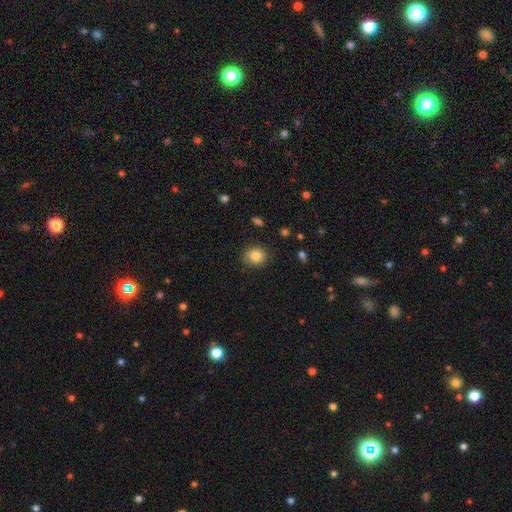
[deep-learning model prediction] A smooth galaxy with no disk features (83%) that is round (69%). Merging: none (87%).